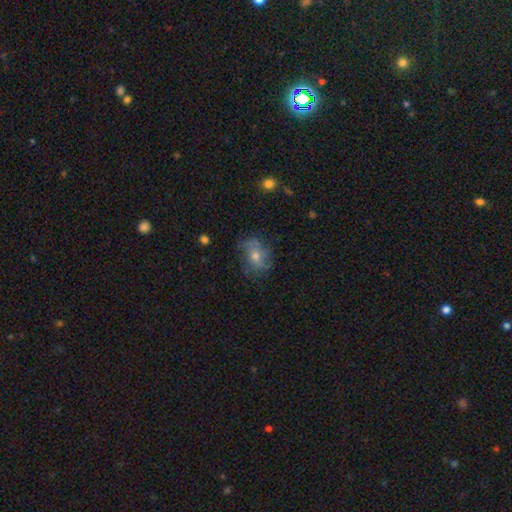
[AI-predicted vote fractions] A featured or disk galaxy (50%). Merging: none (66%).